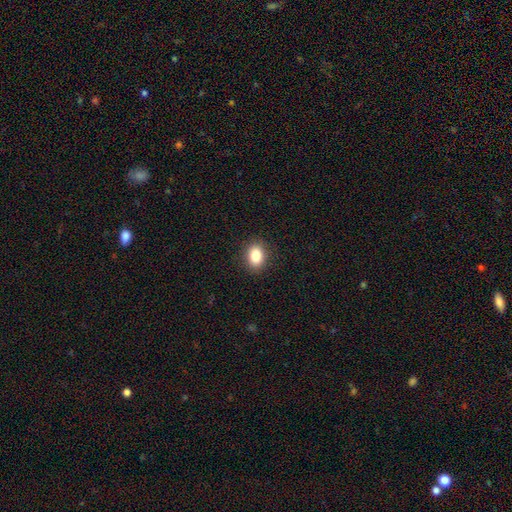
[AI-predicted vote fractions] Q: Smooth or featured?
A: smooth (85%); runner-up: star or artifact (9%)
Q: How rounded?
A: in between (73%); runner-up: round (26%)
Q: Merging?
A: none (89%); runner-up: minor disturbance (8%)